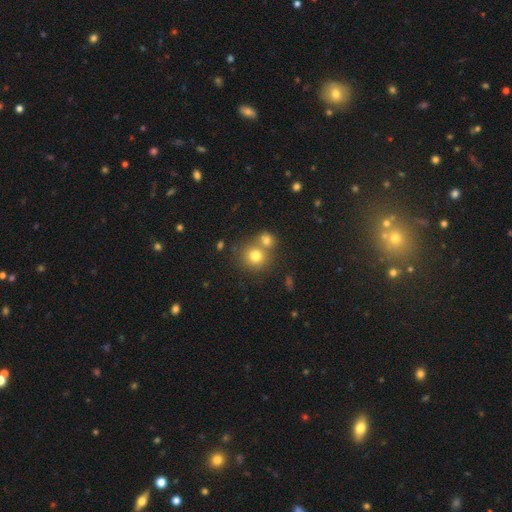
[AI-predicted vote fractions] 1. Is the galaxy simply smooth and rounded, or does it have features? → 76% smooth, 12% star or artifact, 12% featured or disk.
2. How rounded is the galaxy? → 86% round, 13% in between, 1% cigar-shaped.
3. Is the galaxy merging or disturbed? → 48% none, 41% merger, 8% minor disturbance, 3% major disturbance.